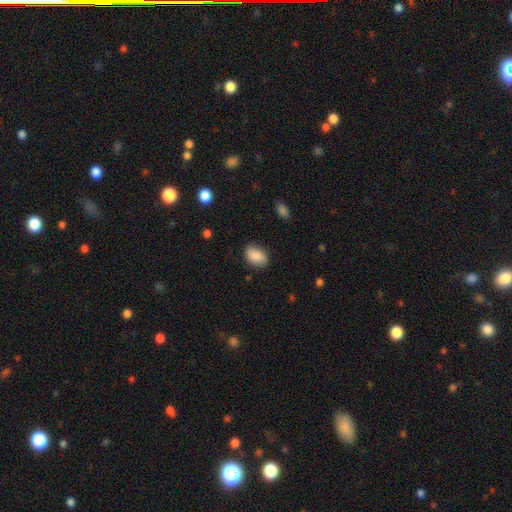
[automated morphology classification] Smooth or featured? smooth (87%)
How rounded? in between (81%)
Merging? none (83%)